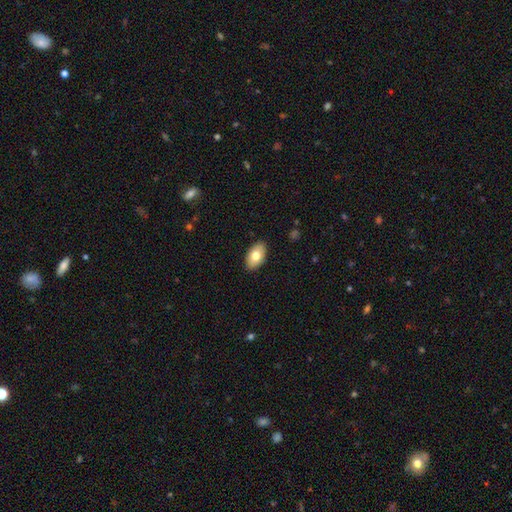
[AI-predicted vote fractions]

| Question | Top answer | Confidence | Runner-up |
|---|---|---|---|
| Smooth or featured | smooth | 76% | featured or disk (18%) |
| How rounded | in between | 93% | round (5%) |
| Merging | none | 88% | minor disturbance (9%) |